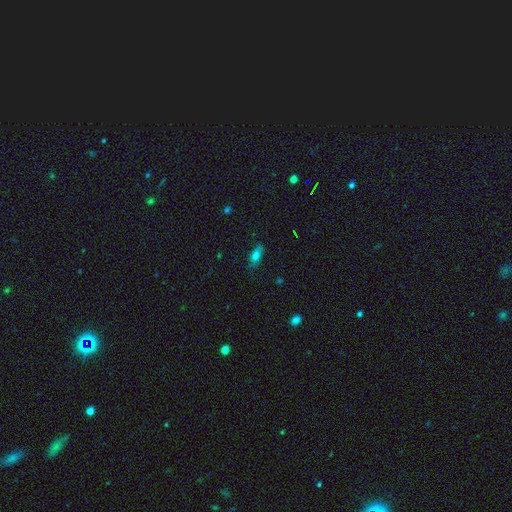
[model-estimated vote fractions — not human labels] A smooth galaxy with no disk features (69%) that is in between round and cigar-shaped (68%).

Vote fractions:
- Smooth or featured? smooth: 69% / featured or disk: 18% / star or artifact: 13%
- How rounded? in between: 68% / cigar-shaped: 27% / round: 5%
- Merging? none: 77% / minor disturbance: 18% / major disturbance: 4% / merger: 2%